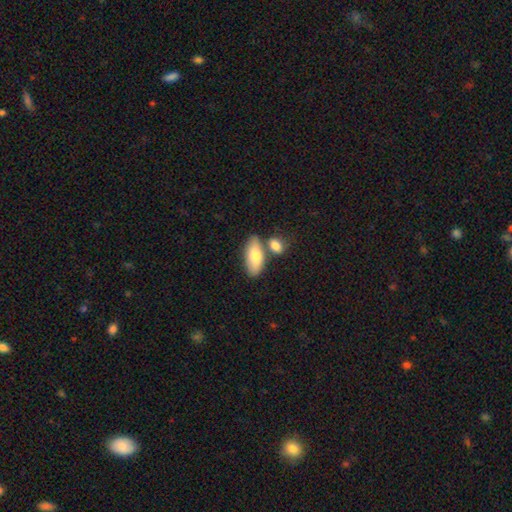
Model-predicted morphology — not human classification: smooth 76%, featured or disk 18%, star or artifact 6%. Down the decision tree: how rounded — in between (85%); merging — none (59%).